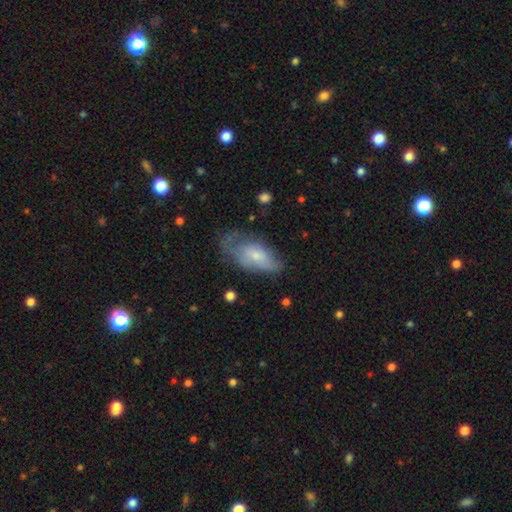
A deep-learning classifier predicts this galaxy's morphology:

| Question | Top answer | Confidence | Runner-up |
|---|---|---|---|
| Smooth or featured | smooth | 56% | featured or disk (37%) |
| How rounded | in between | 90% | cigar-shaped (6%) |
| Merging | none | 35% | minor disturbance (33%) |